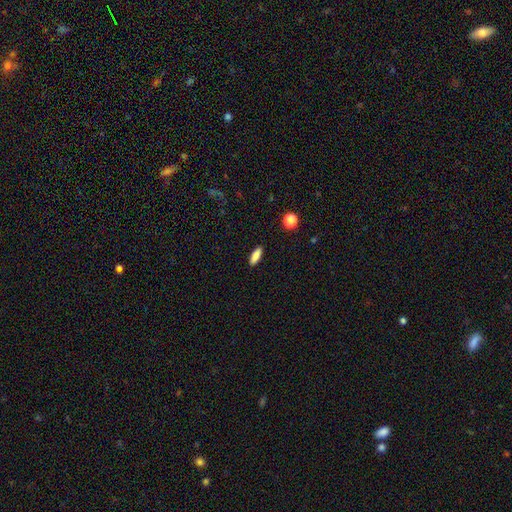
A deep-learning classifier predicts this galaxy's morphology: Smooth or featured?
  - smooth: 84% *
  - featured or disk: 8%
  - star or artifact: 8%
How rounded?
  - in between: 53% *
  - cigar-shaped: 44%
  - round: 3%
Merging?
  - none: 90% *
  - minor disturbance: 7%
  - major disturbance: 2%
  - merger: 1%